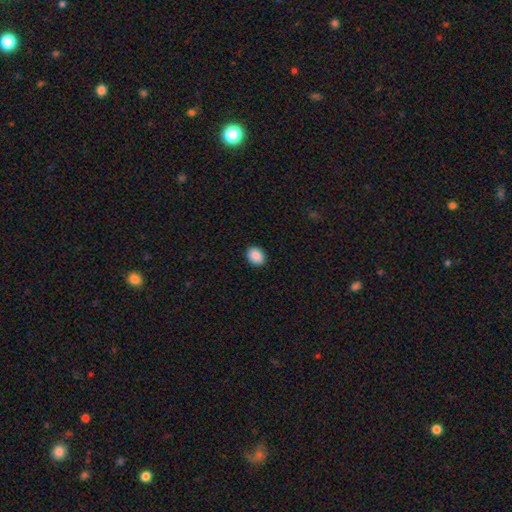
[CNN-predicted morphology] Overall: smooth (89%). How rounded: in between (60%; round 39%). Merging: none (90%).